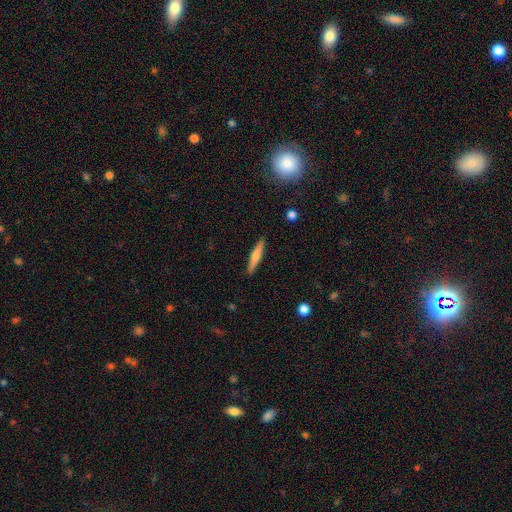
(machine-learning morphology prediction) A smooth galaxy with no disk features (54%) that is cigar-shaped (91%).

Vote fractions:
- Smooth or featured? smooth: 54% / featured or disk: 40% / star or artifact: 6%
- How rounded? cigar-shaped: 91% / in between: 7% / round: 2%
- Merging? none: 91% / minor disturbance: 7% / major disturbance: 1% / merger: 1%